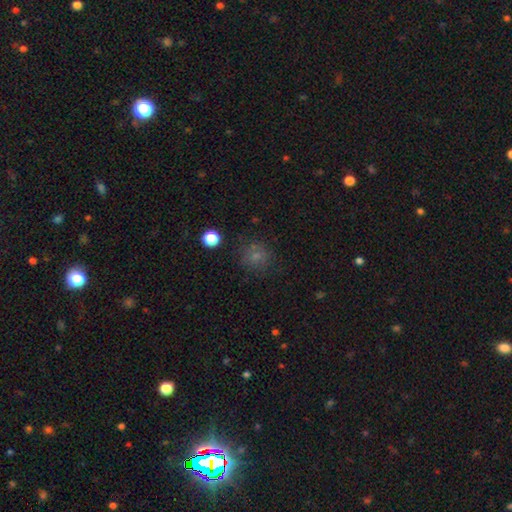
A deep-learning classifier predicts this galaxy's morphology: Overall: smooth (69%). How rounded: round (84%). Merging: none (77%).